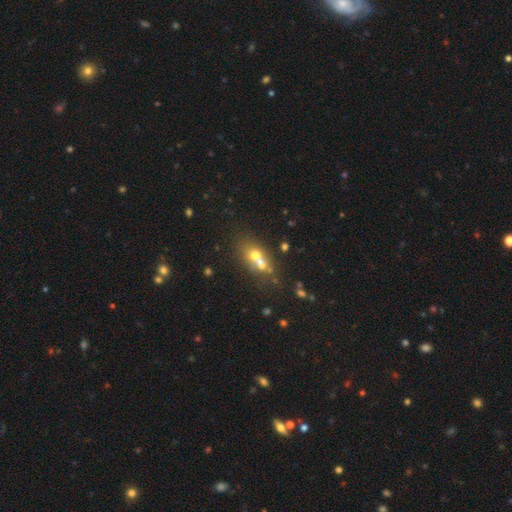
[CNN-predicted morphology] Smooth or featured: smooth — 55% (featured or disk — 29%)
How rounded: in between — 50% (round — 45%)
Merging: merger — 56% (none — 30%)